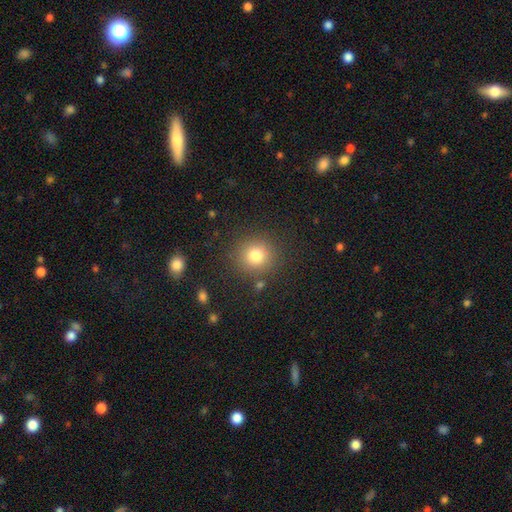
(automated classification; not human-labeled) Smooth or featured: smooth — 80% (star or artifact — 13%)
How rounded: round — 90% (in between — 9%)
Merging: none — 85% (minor disturbance — 8%)